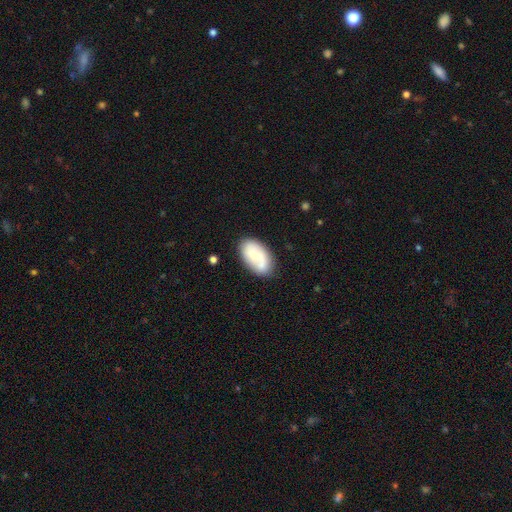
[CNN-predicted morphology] smooth_or_featured: smooth (p=0.51) [alt: featured or disk p=0.43]
how_rounded: in between (p=0.92) [alt: round p=0.06]
merging: none (p=0.73) [alt: minor disturbance p=0.17]